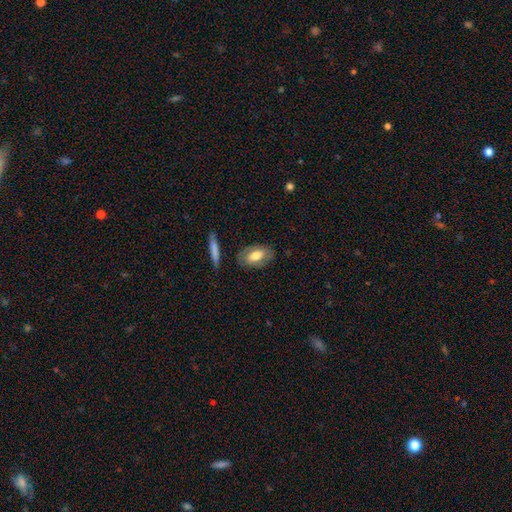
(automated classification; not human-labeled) Smooth or featured?
  - smooth: 68% *
  - featured or disk: 26%
  - star or artifact: 6%
How rounded?
  - in between: 89% *
  - round: 5%
  - cigar-shaped: 5%
Merging?
  - none: 79% *
  - minor disturbance: 14%
  - major disturbance: 4%
  - merger: 3%